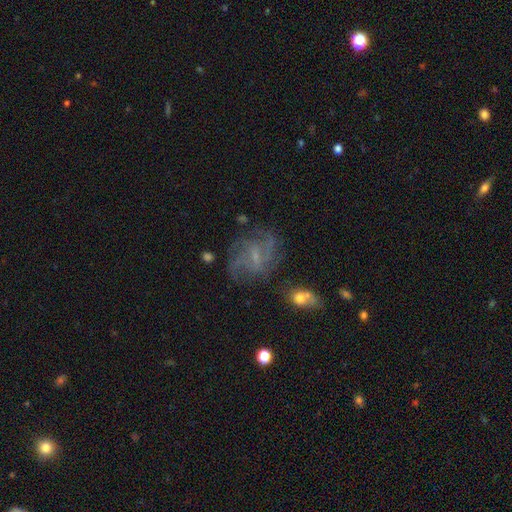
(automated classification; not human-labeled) This is likely a featured or disk galaxy (73%). It is clearly not viewed edge-on (97%). Bar: possibly weak (53%). Spiral arm pattern: clearly yes (88%). Spiral arm count: marginally can't tell (33%). Spiral winding: possibly medium (46%). Central bulge: possibly small (59%). Merging: likely none (66%).